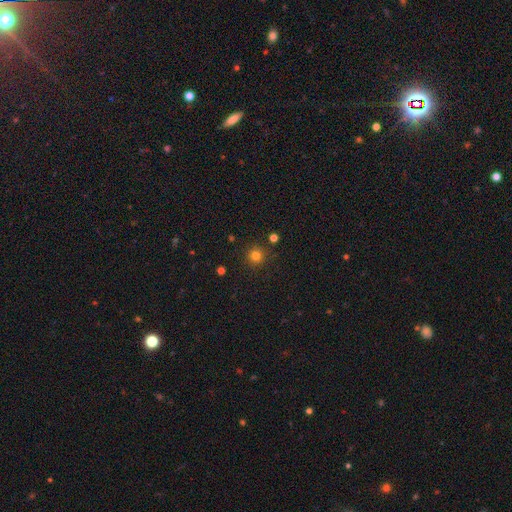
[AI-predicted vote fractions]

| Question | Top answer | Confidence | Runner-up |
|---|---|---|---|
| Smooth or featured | smooth | 79% | star or artifact (16%) |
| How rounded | round | 95% | in between (4%) |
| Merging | none | 90% | minor disturbance (6%) |